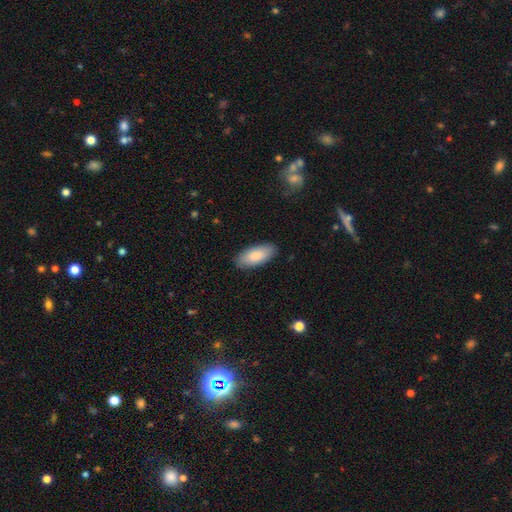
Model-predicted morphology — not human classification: smooth_or_featured: smooth (p=0.86) [alt: featured or disk p=0.09]
how_rounded: in between (p=0.88) [alt: cigar-shaped p=0.10]
merging: none (p=0.88) [alt: minor disturbance p=0.09]